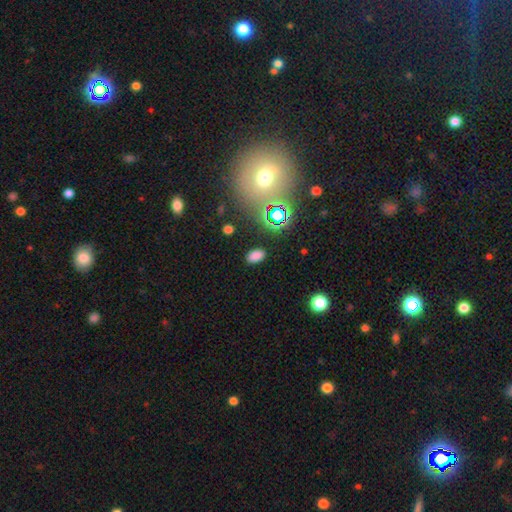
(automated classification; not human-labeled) Smooth or featured: smooth — 76% (star or artifact — 19%)
How rounded: in between — 89% (round — 9%)
Merging: none — 86% (minor disturbance — 9%)